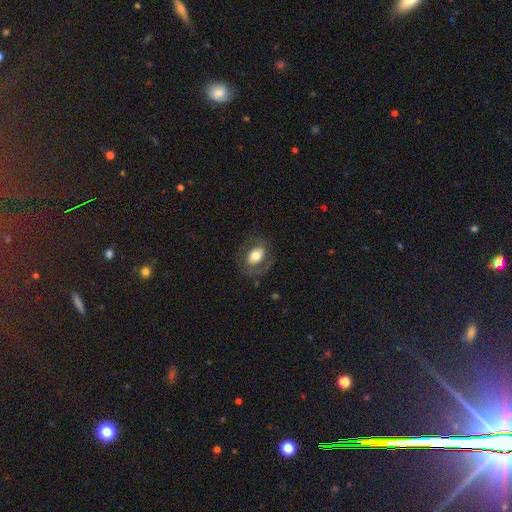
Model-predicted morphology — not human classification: The model was most divided on "smooth or featured": smooth: 57%, featured or disk: 35%, star or artifact: 8%. More confident: how rounded — in between (76%); merging — none (70%).